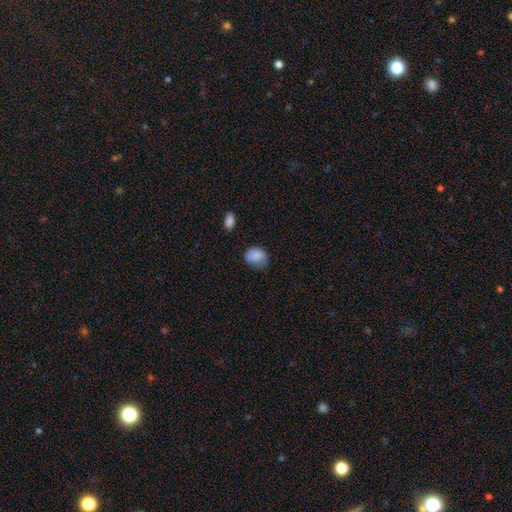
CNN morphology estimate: The model was most divided on "how rounded": round: 58%, in between: 41%, cigar-shaped: 1%. More confident: smooth or featured — smooth (84%); merging — none (57%).